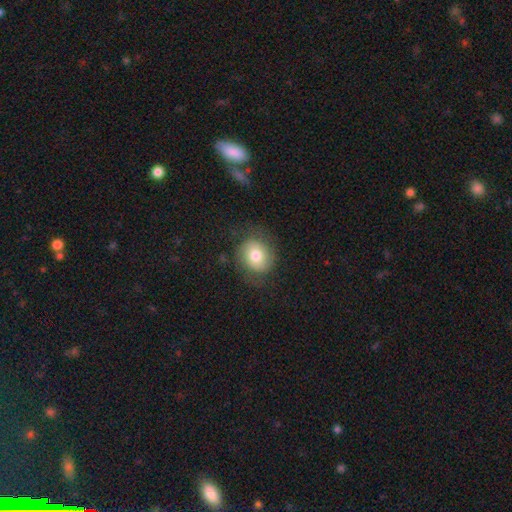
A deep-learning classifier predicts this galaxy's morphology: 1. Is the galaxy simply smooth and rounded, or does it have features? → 67% smooth, 25% featured or disk, 8% star or artifact.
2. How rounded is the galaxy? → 67% round, 32% in between, 1% cigar-shaped.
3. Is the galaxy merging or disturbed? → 72% none, 17% minor disturbance, 10% major disturbance, 1% merger.